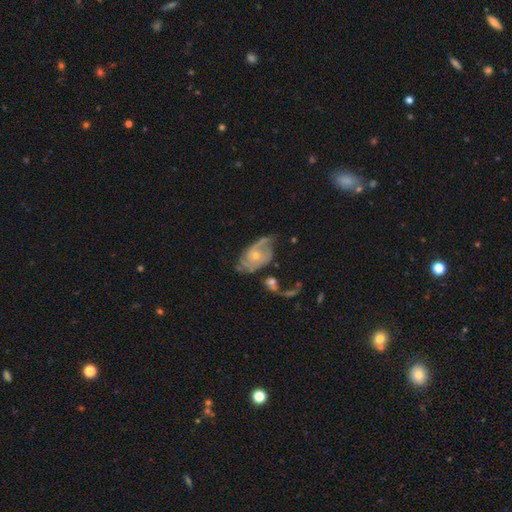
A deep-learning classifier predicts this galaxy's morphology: Overall: featured or disk (82%). Edge-on disk: no (96%). Bar: no (69%). Spiral arms: yes (92%). Spiral arm count: 2 (47%; can't tell 21%). Spiral winding: medium (41%; tight 34%). Bulge size: small (58%; moderate 38%). Merging: none (43%; minor disturbance 25%).